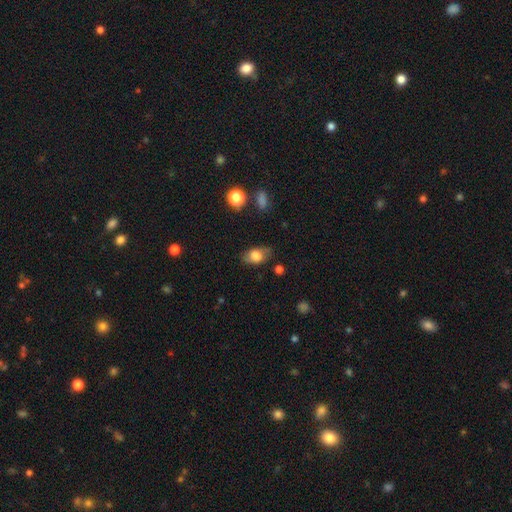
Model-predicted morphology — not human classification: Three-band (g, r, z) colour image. It shows a smooth galaxy with no disk features (74%) that is in between round and cigar-shaped (87%). Merging: none (76%).